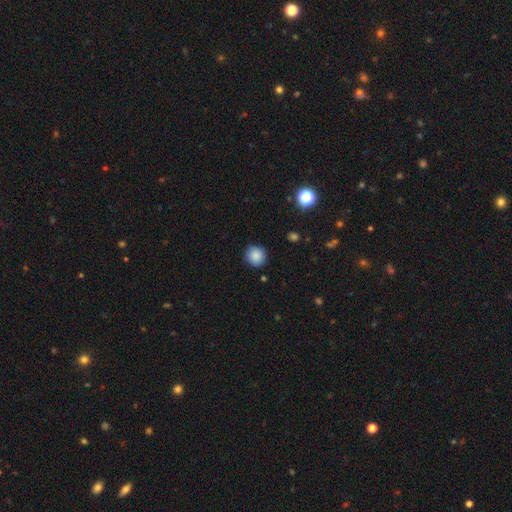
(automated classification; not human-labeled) Smooth or featured? Predicted: smooth (p=0.87). How rounded? Predicted: round (p=0.90). Merging? Predicted: none (p=0.89).